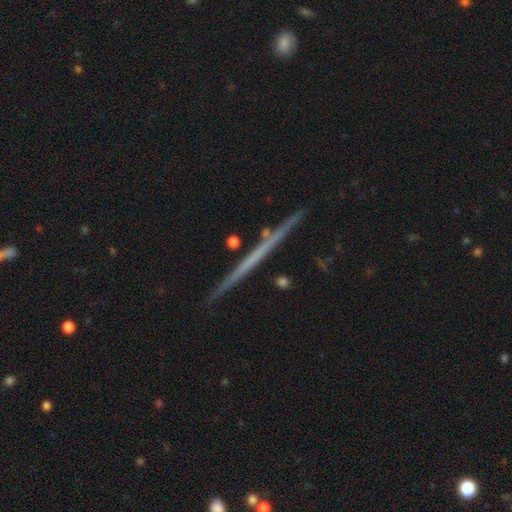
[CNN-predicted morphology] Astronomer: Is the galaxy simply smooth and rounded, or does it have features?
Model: featured or disk — 64%.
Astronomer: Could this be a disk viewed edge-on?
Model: yes — 98%.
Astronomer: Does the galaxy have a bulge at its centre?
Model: none — 92%.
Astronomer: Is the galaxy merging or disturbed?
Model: none — 90%.